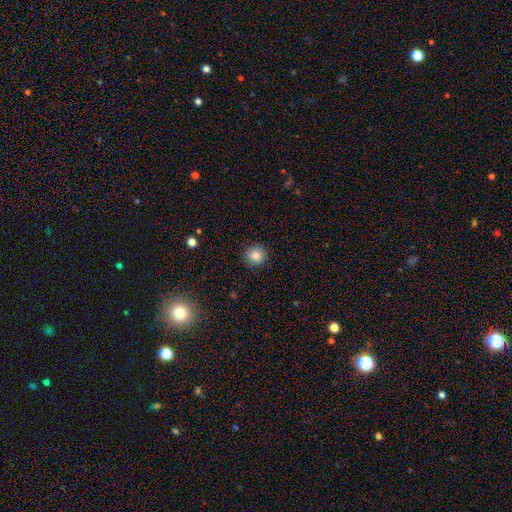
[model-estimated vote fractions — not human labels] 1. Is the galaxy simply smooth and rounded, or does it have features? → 85% smooth, 10% star or artifact, 5% featured or disk.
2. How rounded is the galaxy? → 93% round, 6% in between, 1% cigar-shaped.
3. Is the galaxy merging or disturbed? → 91% none, 6% minor disturbance, 2% major disturbance, 1% merger.